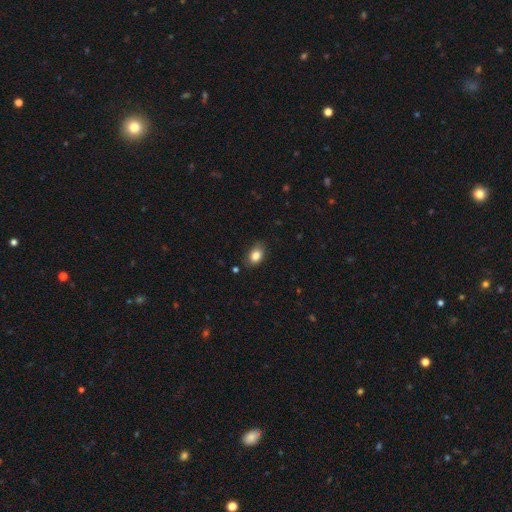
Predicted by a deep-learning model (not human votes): This is clearly a smooth galaxy (84%). How rounded: likely in between (77%). Merging: clearly none (81%).